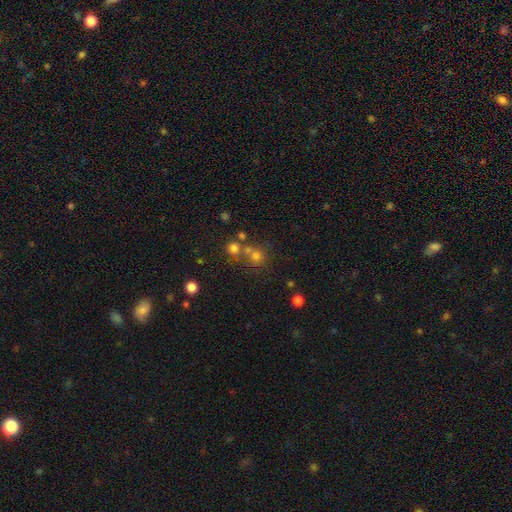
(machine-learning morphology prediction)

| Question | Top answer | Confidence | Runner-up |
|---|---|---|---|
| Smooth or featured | smooth | 66% | star or artifact (21%) |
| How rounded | round | 84% | in between (15%) |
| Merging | none | 52% | merger (34%) |